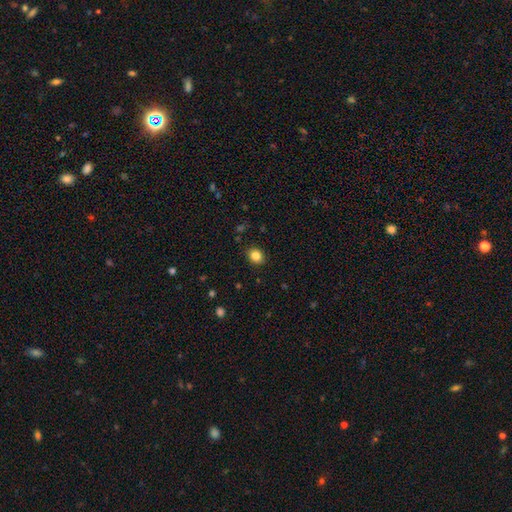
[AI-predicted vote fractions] smooth-or-featured: smooth: 84% | star or artifact: 11% | featured or disk: 5%
  how-rounded: round: 62% | in between: 37% | cigar-shaped: 1%
  merging: none: 90% | minor disturbance: 7% | major disturbance: 2% | merger: 1%